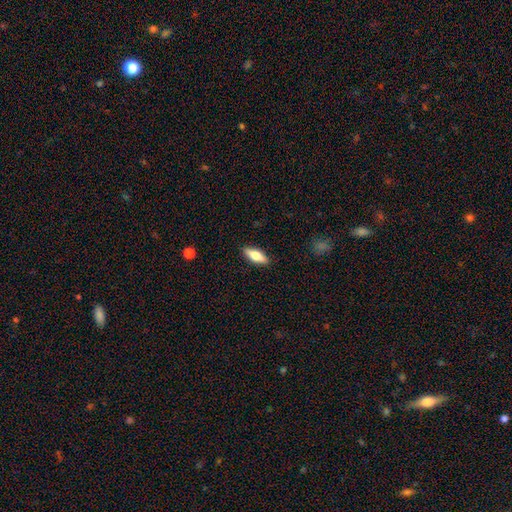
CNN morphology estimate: Smooth or featured? Predicted: smooth (p=0.68). How rounded? Predicted: in between (p=0.62). Merging? Predicted: none (p=0.89).